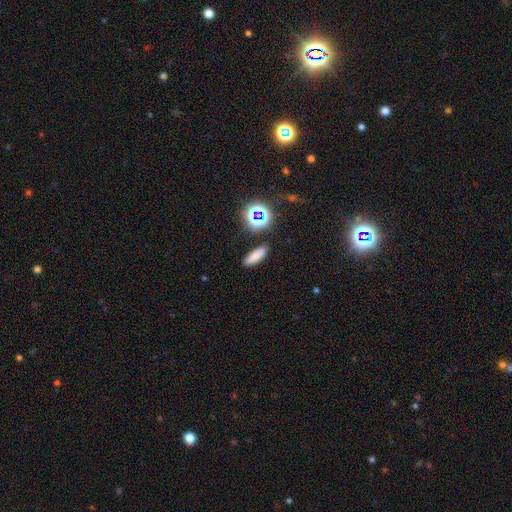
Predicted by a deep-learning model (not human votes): Overall: smooth (71%). How rounded: in between (53%; cigar-shaped 38%). Merging: none (86%).